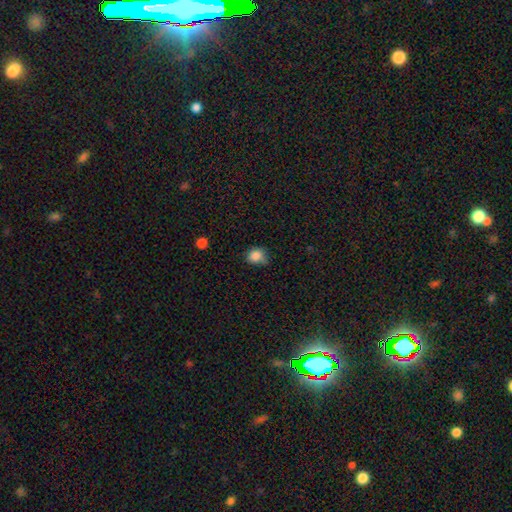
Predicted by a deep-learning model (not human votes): A smooth galaxy with no disk features (84%) that is round (64%).

Vote fractions:
- Smooth or featured? smooth: 84% / star or artifact: 10% / featured or disk: 6%
- How rounded? round: 64% / in between: 35% / cigar-shaped: 1%
- Merging? none: 50% / minor disturbance: 38% / major disturbance: 8% / merger: 4%